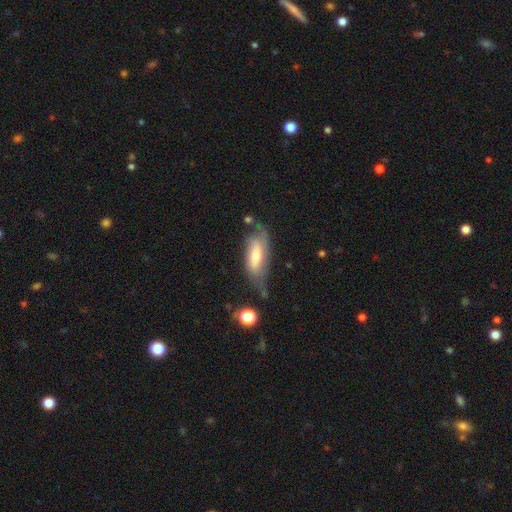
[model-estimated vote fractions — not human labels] A featured or disk galaxy (50%). Merging: none (45%).